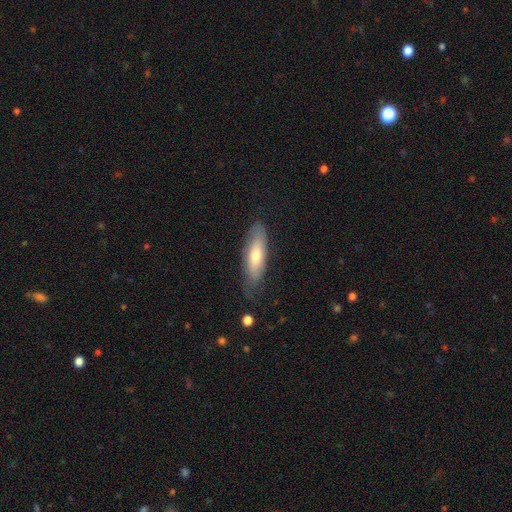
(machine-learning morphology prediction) Smooth or featured?
  - smooth: 62% *
  - featured or disk: 32%
  - star or artifact: 6%
How rounded?
  - in between: 50% *
  - cigar-shaped: 48%
  - round: 2%
Merging?
  - none: 70% *
  - minor disturbance: 22%
  - major disturbance: 6%
  - merger: 2%